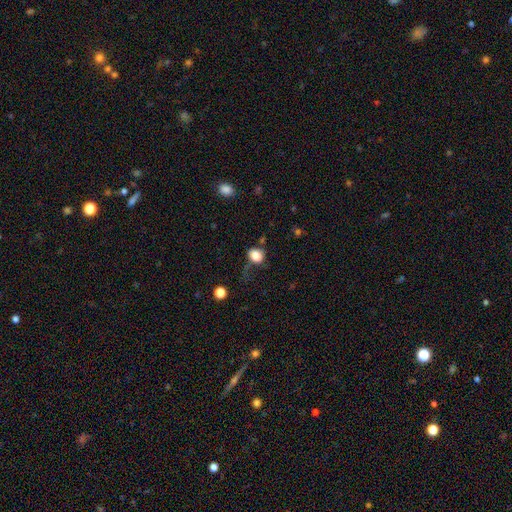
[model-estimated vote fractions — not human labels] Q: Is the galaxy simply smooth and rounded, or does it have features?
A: smooth — 82%.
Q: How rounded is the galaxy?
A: round — 60%.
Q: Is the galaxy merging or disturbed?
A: none — 51%.